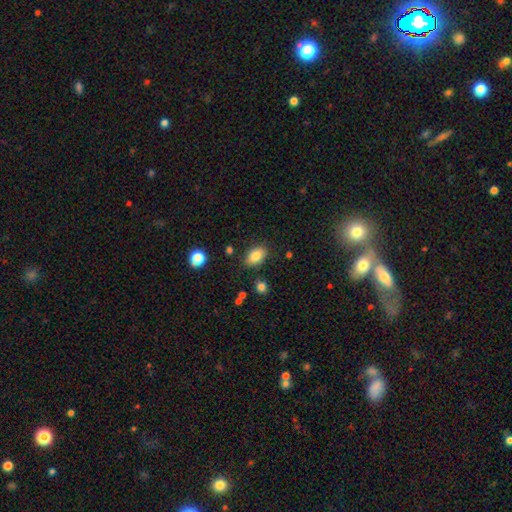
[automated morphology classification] Overall: smooth (84%). How rounded: in between (88%). Merging: none (83%).